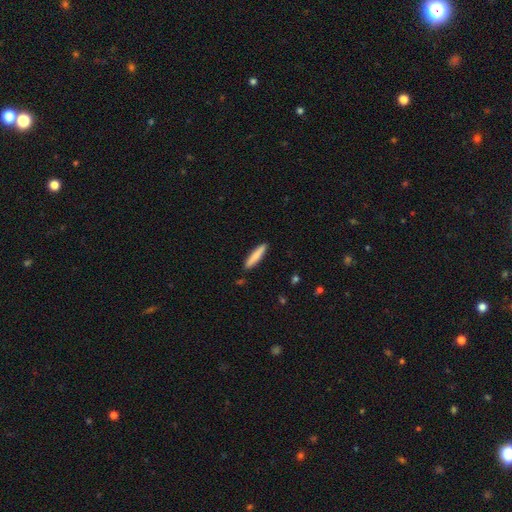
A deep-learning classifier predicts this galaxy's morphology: A smooth galaxy with no disk features (80%) that is cigar-shaped (90%). Merging: none (89%).